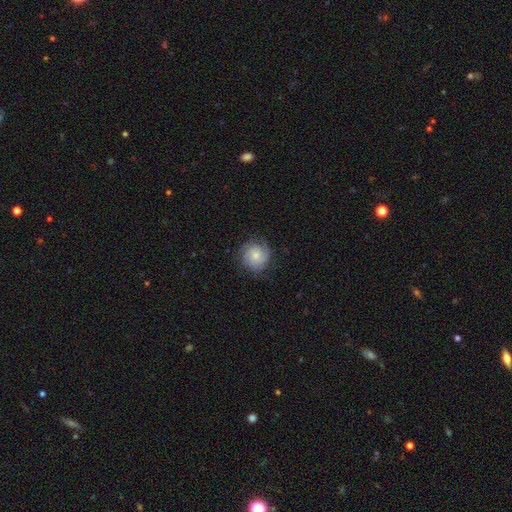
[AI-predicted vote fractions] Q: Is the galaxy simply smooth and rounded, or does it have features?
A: smooth — 46%, tied with featured or disk.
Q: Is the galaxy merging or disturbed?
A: none — 75%.